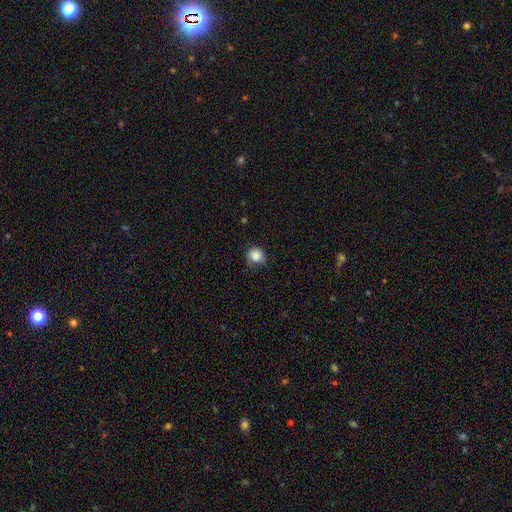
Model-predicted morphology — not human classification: The model was most divided on "merging": none: 74%, minor disturbance: 20%, major disturbance: 4%, merger: 1%. More confident: how rounded — round (87%); smooth or featured — smooth (86%).